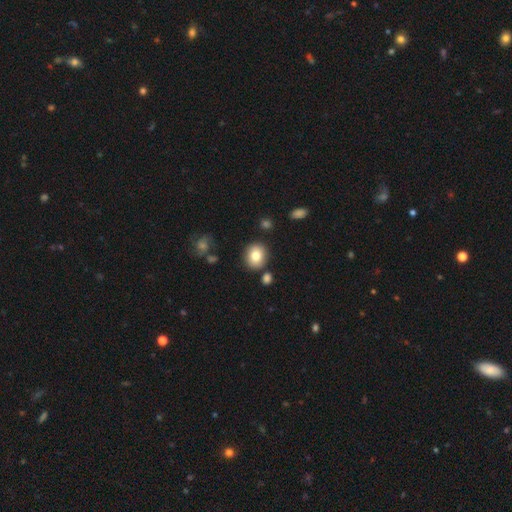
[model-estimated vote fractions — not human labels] smooth 81%, featured or disk 10%, star or artifact 9%. Down the decision tree: how rounded — round (71%); merging — none (82%).